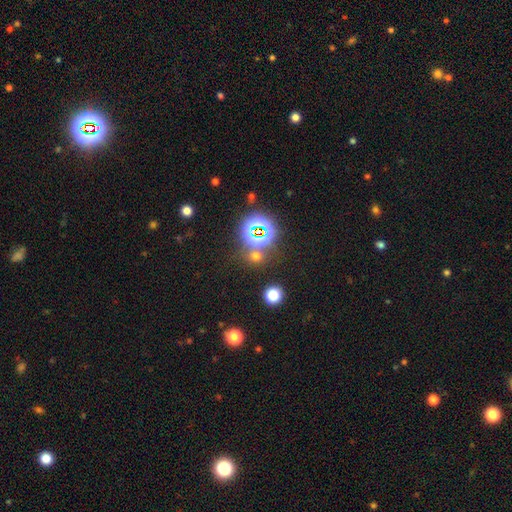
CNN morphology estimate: smooth 47%, star or artifact 45%, featured or disk 7%. Down the decision tree: merging — none (72%).